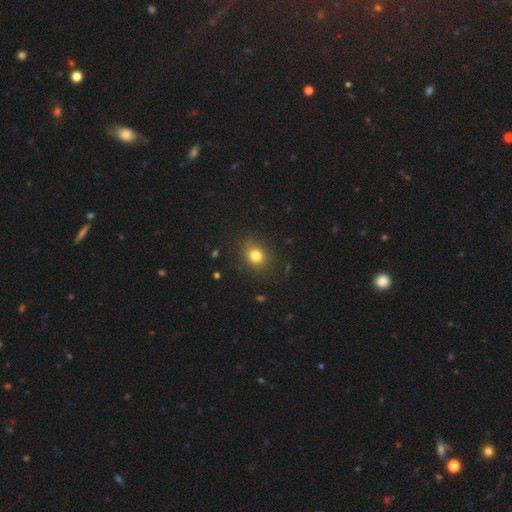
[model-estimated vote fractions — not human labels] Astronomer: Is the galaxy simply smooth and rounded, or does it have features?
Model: smooth — 80%.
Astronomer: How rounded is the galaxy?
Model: round — 63%.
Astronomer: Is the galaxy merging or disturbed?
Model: none — 82%.